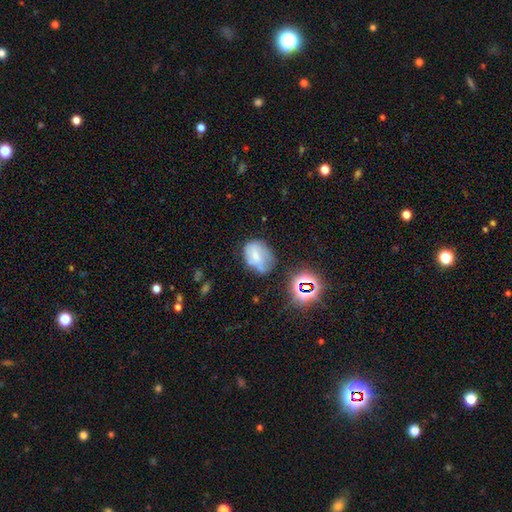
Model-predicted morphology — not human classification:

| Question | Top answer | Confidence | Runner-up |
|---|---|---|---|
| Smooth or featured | smooth | 48% | featured or disk (37%) |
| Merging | none | 42% | minor disturbance (32%) |